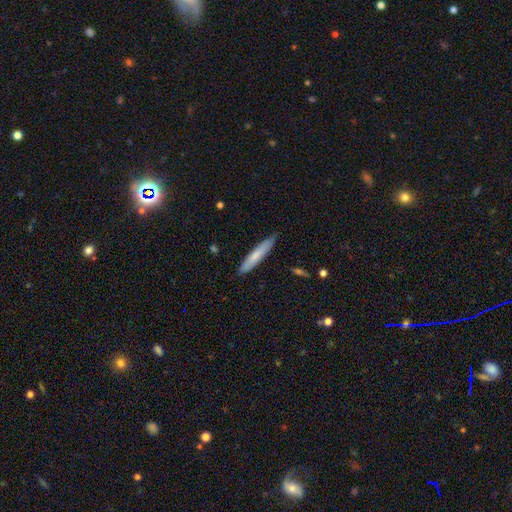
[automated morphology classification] Smooth or featured? smooth (69%)
How rounded? cigar-shaped (90%)
Merging? none (84%)